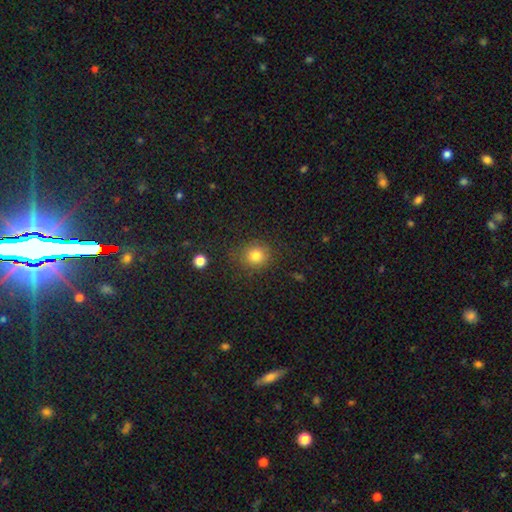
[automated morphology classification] The model was most divided on "smooth or featured": smooth: 81%, star or artifact: 13%, featured or disk: 7%. More confident: how rounded — round (86%); merging — none (85%).